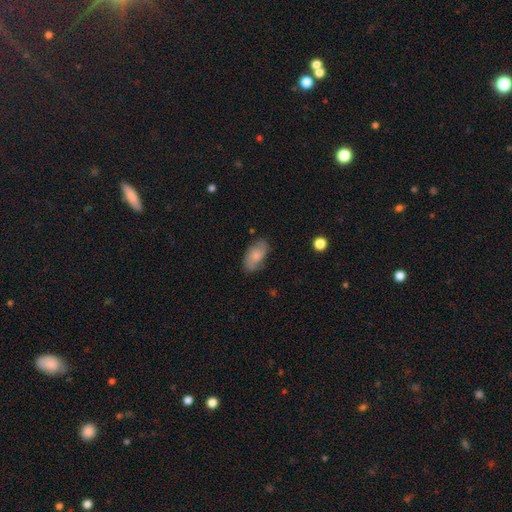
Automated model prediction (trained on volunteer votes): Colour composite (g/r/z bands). It shows a smooth galaxy with no disk features (60%) that is in between round and cigar-shaped (93%). Merging: none (72%).